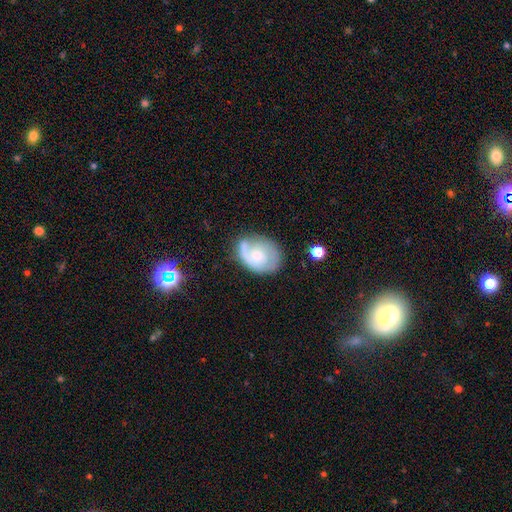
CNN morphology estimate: smooth_or_featured: featured or disk (p=0.62) [alt: smooth p=0.32]
disk_edge_on: no (p=0.97) [alt: yes p=0.03]
bar: no (p=0.70) [alt: weak p=0.27]
has_spiral_arms: yes (p=0.83) [alt: no p=0.17]
bulge_size: small (p=0.47) [alt: moderate p=0.42]
merging: none (p=0.59) [alt: minor disturbance p=0.25]